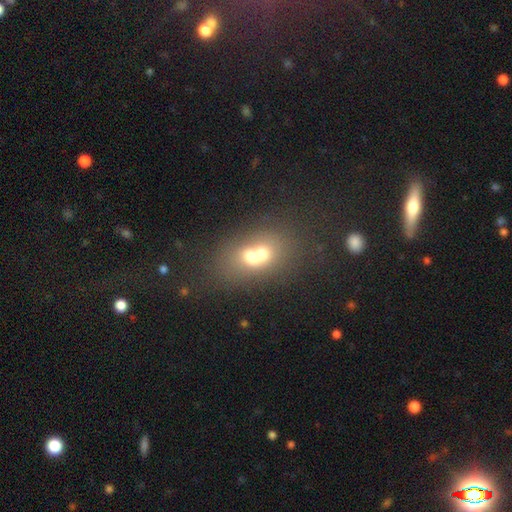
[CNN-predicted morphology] A smooth galaxy with no disk features (61%) that is in between round and cigar-shaped (52%). Merging: merger (71%).